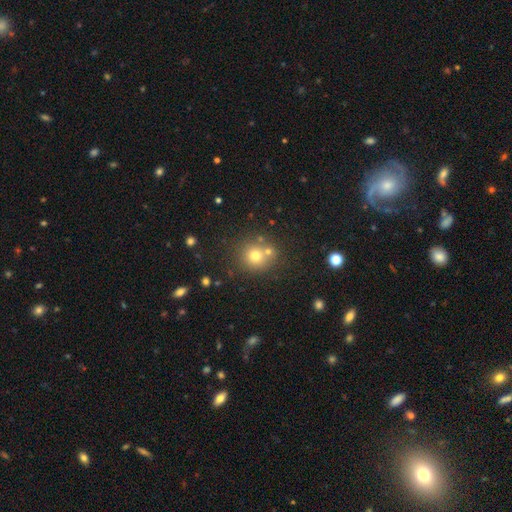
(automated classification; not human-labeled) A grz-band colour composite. It shows a smooth galaxy with no disk features (71%) that is round (90%). Merging: none (69%).